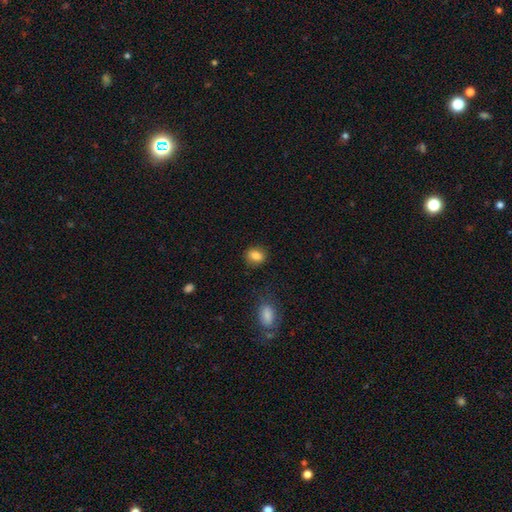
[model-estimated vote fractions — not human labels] Smooth or featured: smooth — 85% (star or artifact — 9%)
How rounded: round — 53% (in between — 46%)
Merging: none — 84% (minor disturbance — 11%)